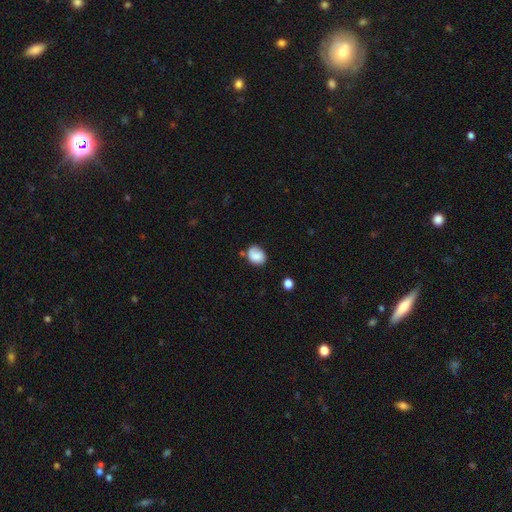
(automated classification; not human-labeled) Overall: smooth (76%). How rounded: in between (50%; round 49%). Merging: none (59%; minor disturbance 26%).